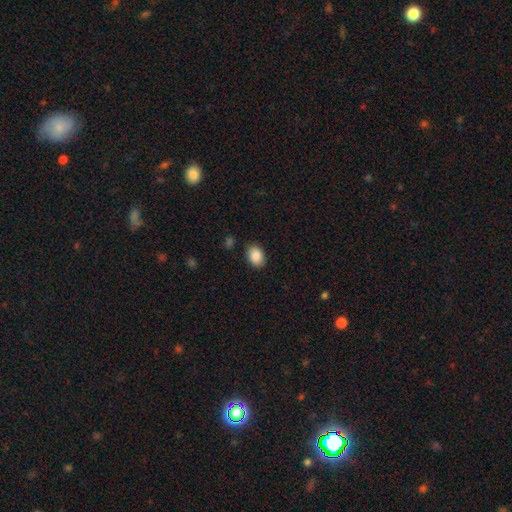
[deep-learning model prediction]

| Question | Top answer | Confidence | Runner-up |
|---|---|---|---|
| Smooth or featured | smooth | 88% | star or artifact (8%) |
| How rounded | in between | 75% | round (24%) |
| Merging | none | 87% | minor disturbance (9%) |